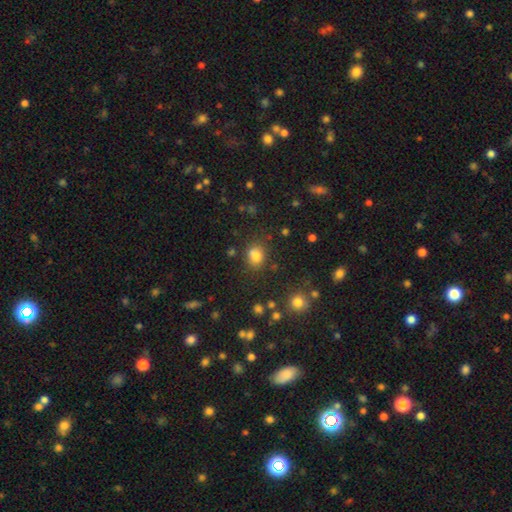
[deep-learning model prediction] Smooth or featured? smooth (79%)
How rounded? round (58%)
Merging? none (68%)